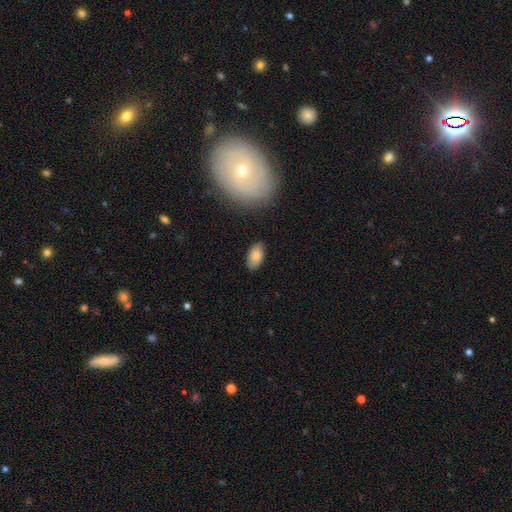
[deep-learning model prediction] A smooth galaxy with no disk features (83%) that is in between round and cigar-shaped (94%). Merging: none (82%).